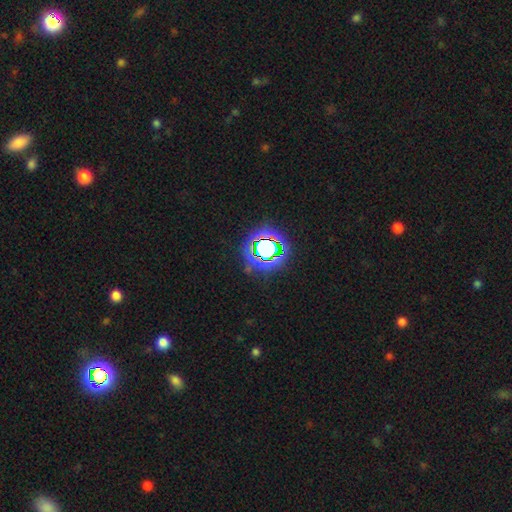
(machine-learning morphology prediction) Q: Smooth or featured?
A: star or artifact (79%); runner-up: smooth (13%)